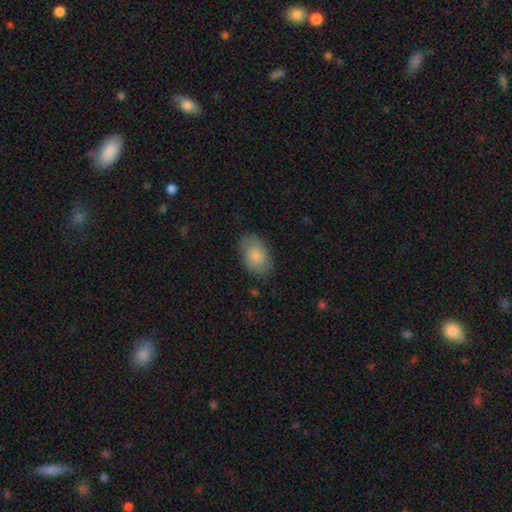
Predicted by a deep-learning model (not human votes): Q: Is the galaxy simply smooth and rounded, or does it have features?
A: smooth — 71%.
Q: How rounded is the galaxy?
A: in between — 89%.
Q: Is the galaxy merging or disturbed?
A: none — 78%.